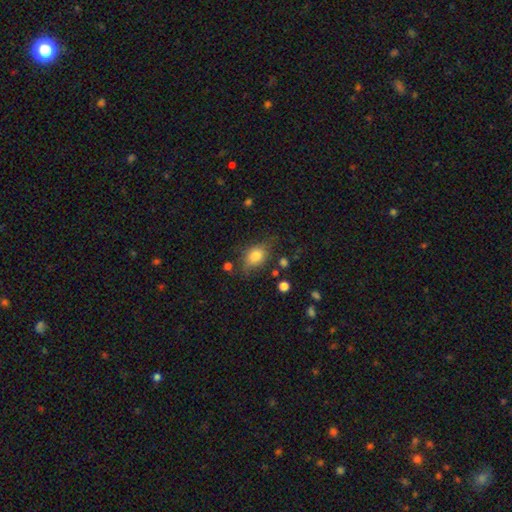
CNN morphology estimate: smooth 78%, featured or disk 12%, star or artifact 10%. Down the decision tree: how rounded — in between (73%); merging — none (61%).